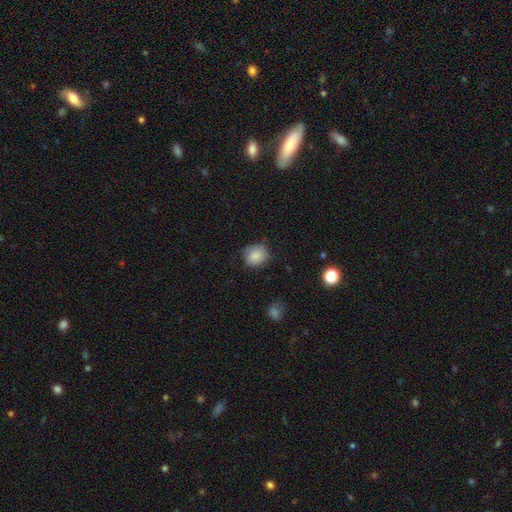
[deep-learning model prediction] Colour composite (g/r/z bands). It shows a smooth galaxy with no disk features (86%) that is round (74%). Merging: none (74%).